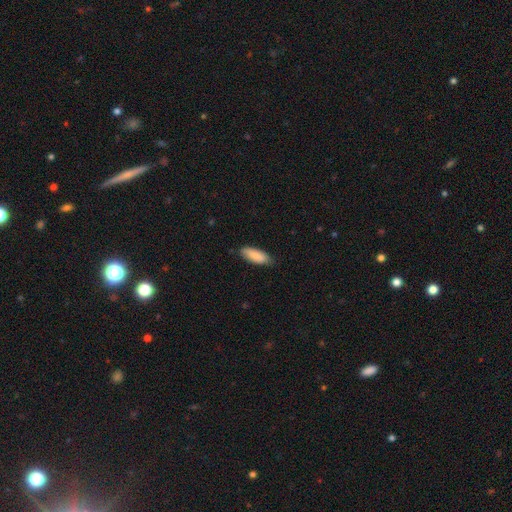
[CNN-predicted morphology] Smooth or featured? smooth (88%)
How rounded? in between (70%)
Merging? none (81%)